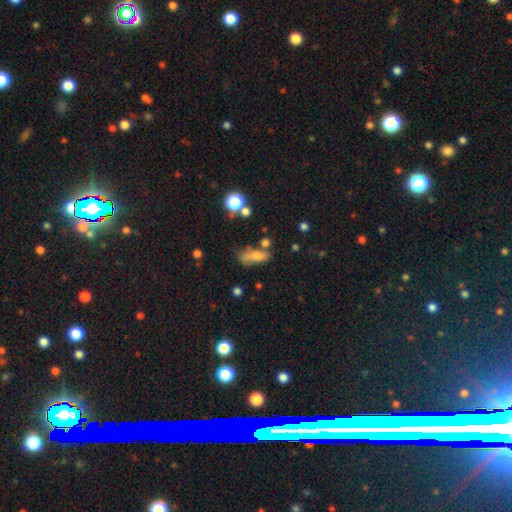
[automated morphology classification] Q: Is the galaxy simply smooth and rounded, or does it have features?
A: smooth — 69%.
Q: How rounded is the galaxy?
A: in between — 68%.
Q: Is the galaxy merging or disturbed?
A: none — 43%.